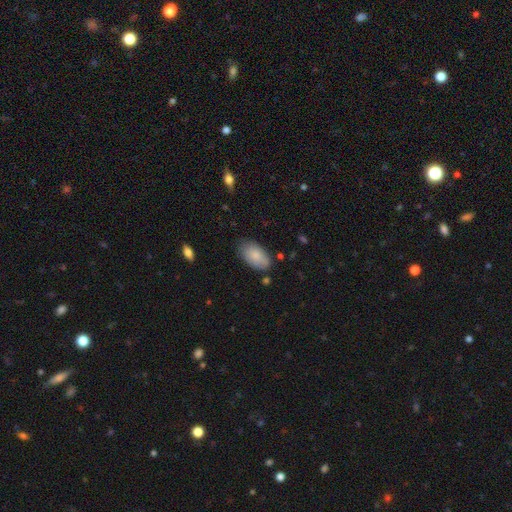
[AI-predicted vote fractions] The model was most divided on "merging": none: 75%, minor disturbance: 19%, major disturbance: 4%, merger: 2%. More confident: how rounded — in between (94%); smooth or featured — smooth (82%).